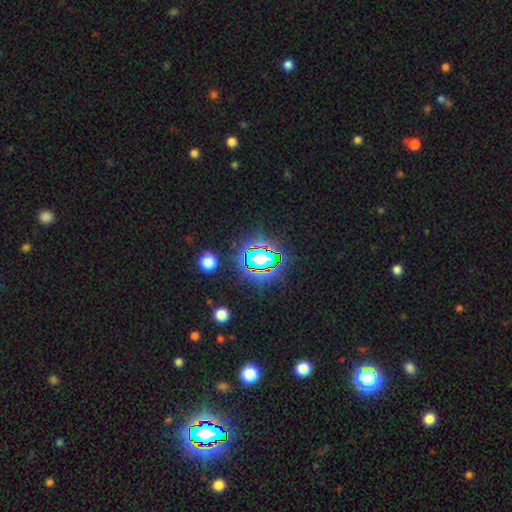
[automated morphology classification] Smooth or featured? star or artifact (82%)